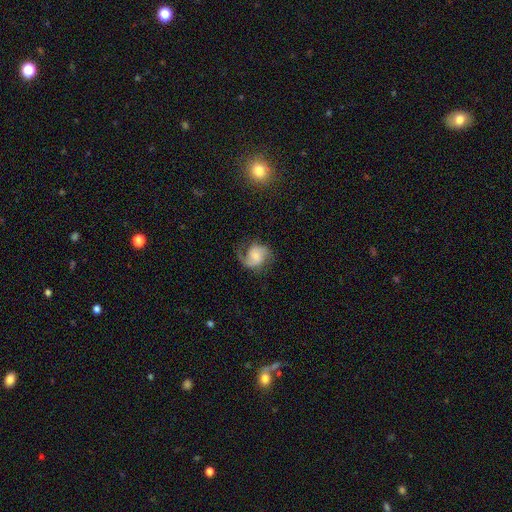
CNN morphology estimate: Q: Smooth or featured?
A: featured or disk (70%); runner-up: smooth (22%)
Q: Edge-on disk?
A: no (98%); runner-up: yes (2%)
Q: Bar?
A: no (55%); runner-up: weak (36%)
Q: Spiral arms?
A: yes (94%); runner-up: no (6%)
Q: Spiral winding?
A: medium (45%); runner-up: loose (36%)
Q: Spiral arm count?
A: 2 (60%); runner-up: 1 (32%)
Q: Bulge size?
A: small (44%); runner-up: moderate (35%)
Q: Merging?
A: none (58%); runner-up: minor disturbance (21%)